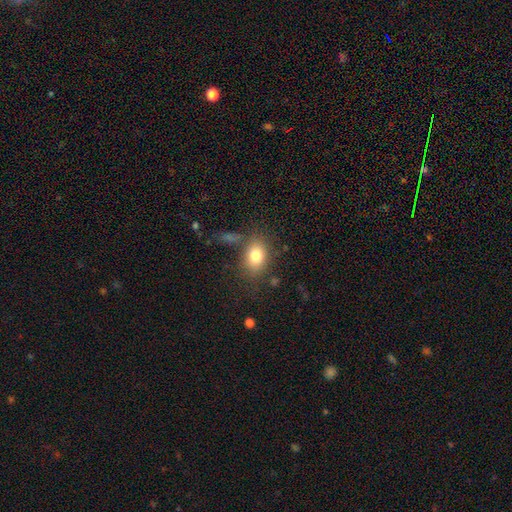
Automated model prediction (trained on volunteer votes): smooth_or_featured: smooth (p=0.79) [alt: featured or disk p=0.11]
how_rounded: in between (p=0.72) [alt: round p=0.26]
merging: none (p=0.74) [alt: minor disturbance p=0.14]